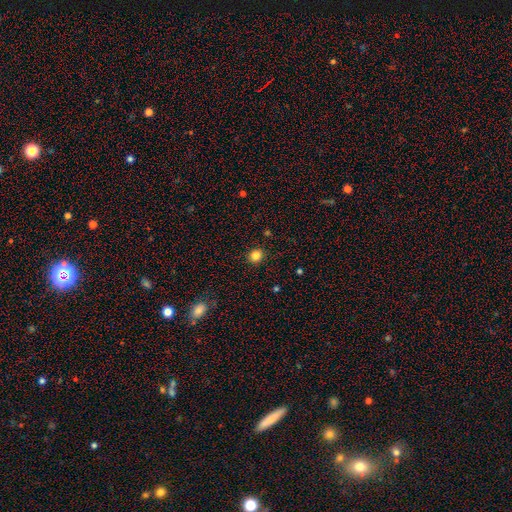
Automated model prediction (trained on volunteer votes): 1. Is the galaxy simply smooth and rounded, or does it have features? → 84% smooth, 12% star or artifact, 4% featured or disk.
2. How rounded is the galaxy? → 85% round, 14% in between, 1% cigar-shaped.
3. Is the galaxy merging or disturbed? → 91% none, 6% minor disturbance, 2% major disturbance, 1% merger.